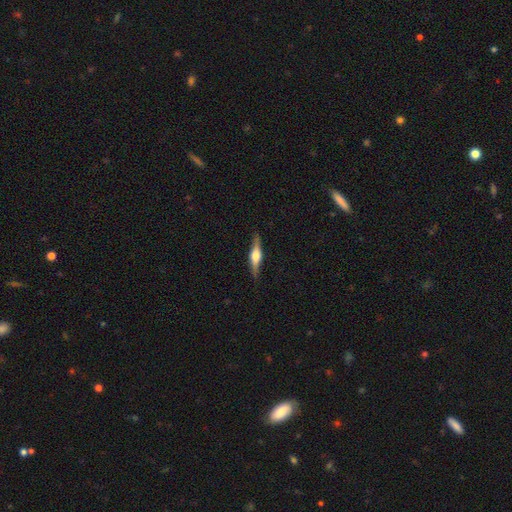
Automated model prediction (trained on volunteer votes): Smooth or featured? Predicted: featured or disk (p=0.74). Edge-on disk? Predicted: yes (p=0.97). Edge-on bulge? Predicted: rounded (p=0.91). Merging? Predicted: none (p=0.89).